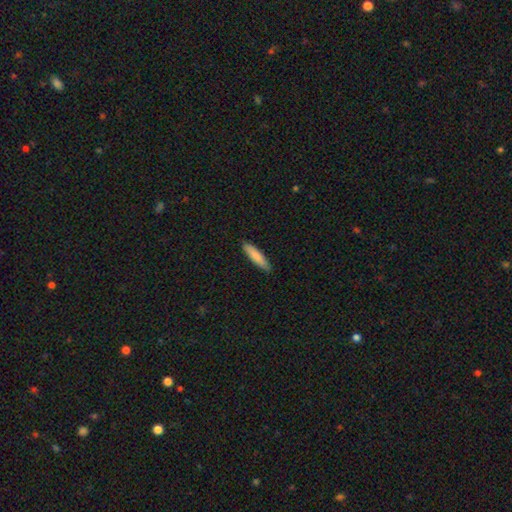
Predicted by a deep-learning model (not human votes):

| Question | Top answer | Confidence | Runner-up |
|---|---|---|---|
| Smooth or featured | smooth | 84% | featured or disk (11%) |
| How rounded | cigar-shaped | 80% | in between (19%) |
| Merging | none | 87% | minor disturbance (10%) |